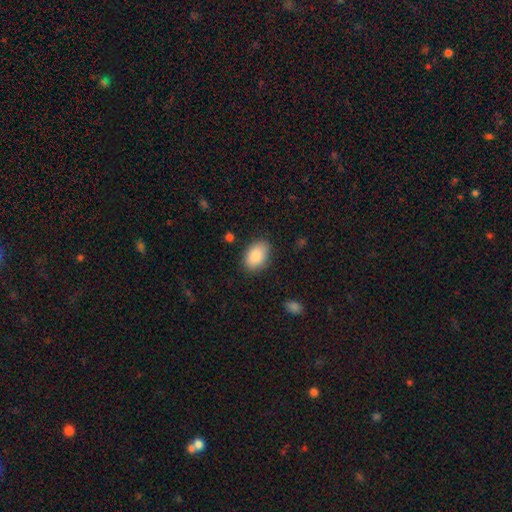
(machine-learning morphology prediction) A smooth galaxy with no disk features (87%) that is in between round and cigar-shaped (87%).

Vote fractions:
- Smooth or featured? smooth: 87% / star or artifact: 7% / featured or disk: 7%
- How rounded? in between: 87% / round: 12% / cigar-shaped: 1%
- Merging? none: 84% / minor disturbance: 12% / major disturbance: 3% / merger: 1%